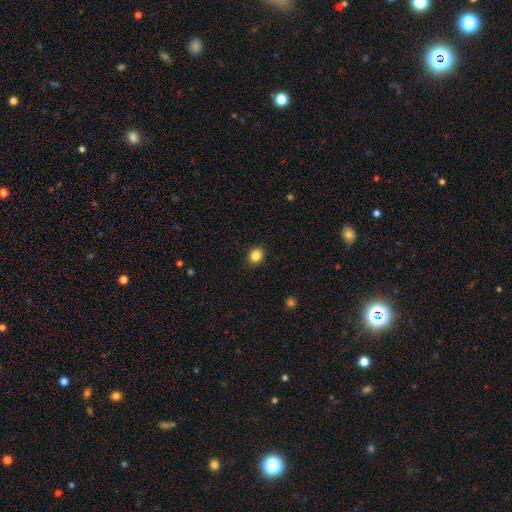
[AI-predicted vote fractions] A smooth galaxy with no disk features (85%) that is round (60%). Merging: none (90%).